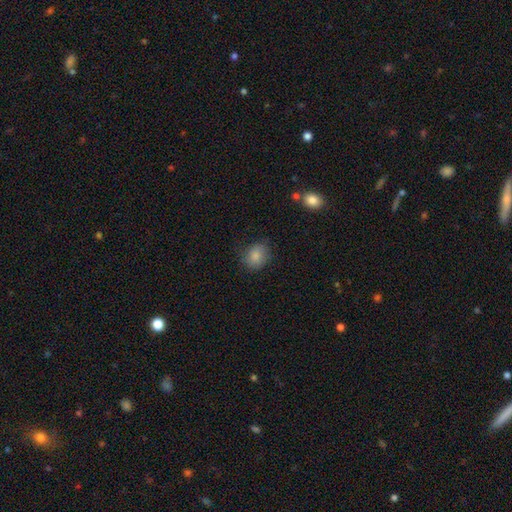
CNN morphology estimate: Smooth or featured?
  - smooth: 84% *
  - star or artifact: 9%
  - featured or disk: 7%
How rounded?
  - round: 66% *
  - in between: 33%
  - cigar-shaped: 1%
Merging?
  - none: 75% *
  - minor disturbance: 19%
  - major disturbance: 5%
  - merger: 1%